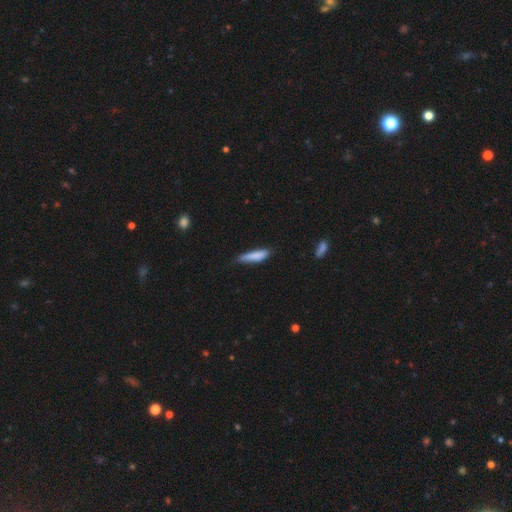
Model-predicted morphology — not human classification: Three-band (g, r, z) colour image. It shows a smooth galaxy with no disk features (81%) that is cigar-shaped (77%). Merging: none (57%).